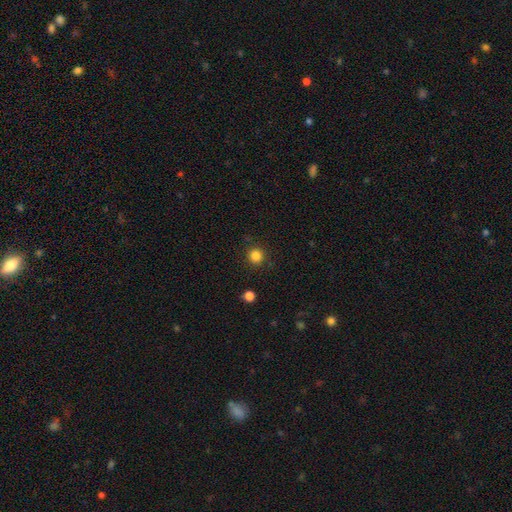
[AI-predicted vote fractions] A smooth galaxy with no disk features (84%) that is round (94%). Merging: none (89%).